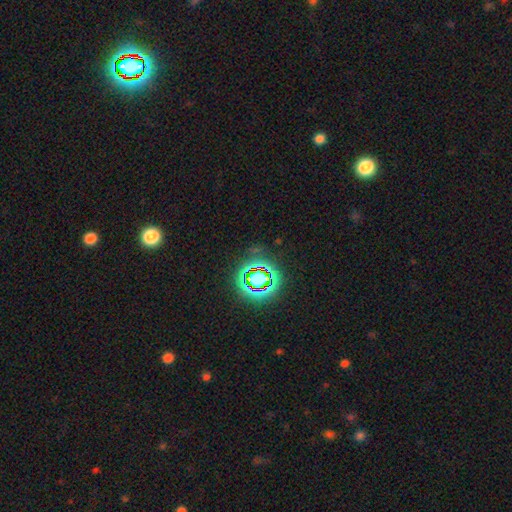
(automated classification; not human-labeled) This appears to be a star or artifact, not a galaxy (76%).